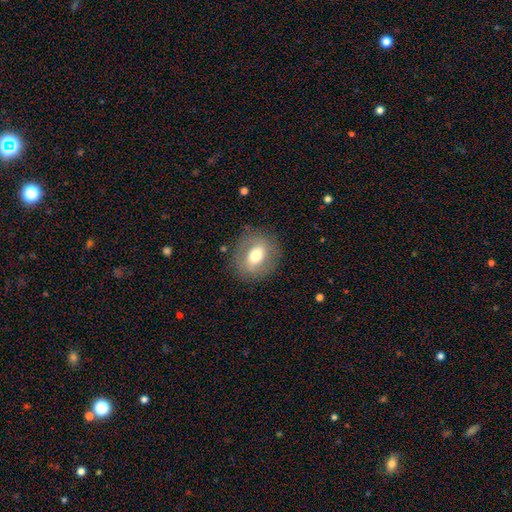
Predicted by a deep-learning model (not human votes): This appears to be a smooth galaxy with no disk features (58%) that is round (61%). Merging: none (83%).